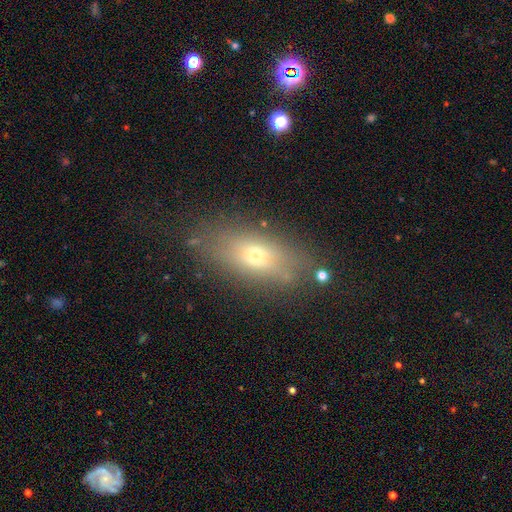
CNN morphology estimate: smooth 56%, featured or disk 31%, star or artifact 12%. Down the decision tree: how rounded — in between (70%); merging — none (77%).